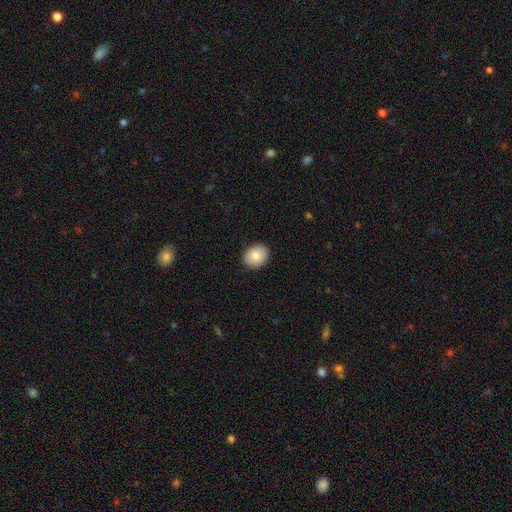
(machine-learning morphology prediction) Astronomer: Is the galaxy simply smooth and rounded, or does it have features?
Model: smooth — 83%.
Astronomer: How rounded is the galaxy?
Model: round — 58% (runner-up: in between, 41%).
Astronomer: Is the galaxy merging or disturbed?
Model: none — 90%.